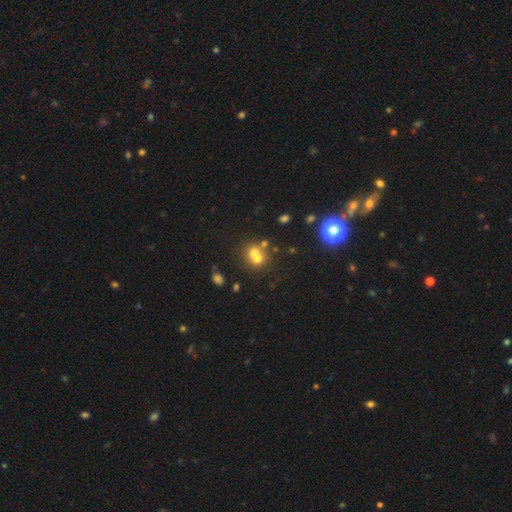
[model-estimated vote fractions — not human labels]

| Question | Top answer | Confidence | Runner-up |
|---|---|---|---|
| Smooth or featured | smooth | 59% | featured or disk (24%) |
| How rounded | round | 73% | in between (26%) |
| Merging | merger | 56% | none (33%) |